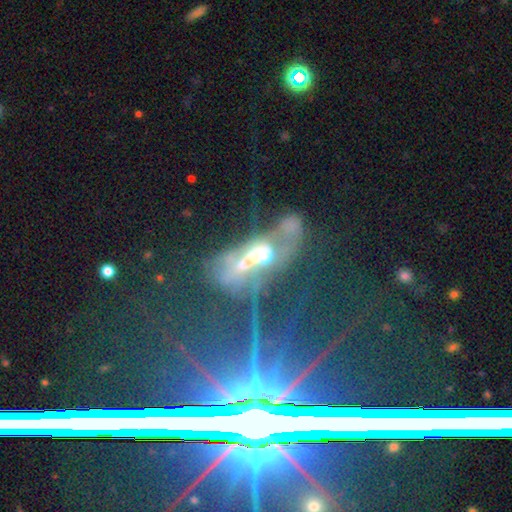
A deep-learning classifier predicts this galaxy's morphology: Smooth or featured? featured or disk (62%)
Edge-on disk? no (90%)
Bar? no (66%)
Spiral arms? no (69%)
Bulge size? moderate (44%)
Merging? merger (50%)